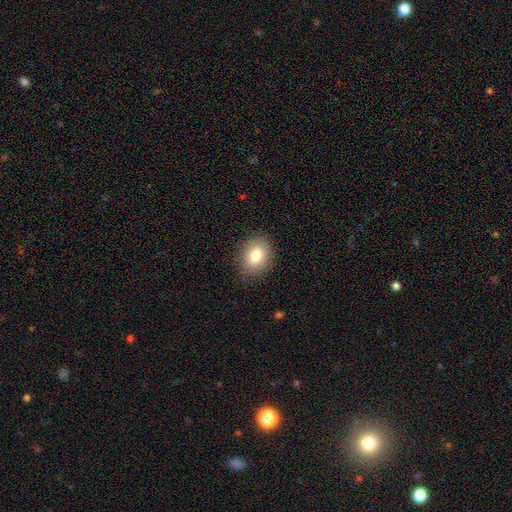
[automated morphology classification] smooth_or_featured: smooth (p=0.80) [alt: featured or disk p=0.11]
how_rounded: in between (p=0.58) [alt: round p=0.41]
merging: none (p=0.85) [alt: minor disturbance p=0.11]